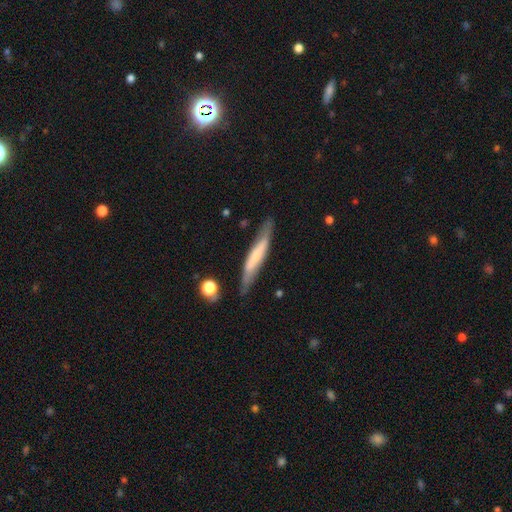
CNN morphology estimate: Smooth or featured?
  - featured or disk: 51% *
  - smooth: 43%
  - star or artifact: 6%
Edge-on disk?
  - yes: 77% *
  - no: 23%
Merging?
  - none: 76% *
  - minor disturbance: 17%
  - major disturbance: 4%
  - merger: 2%